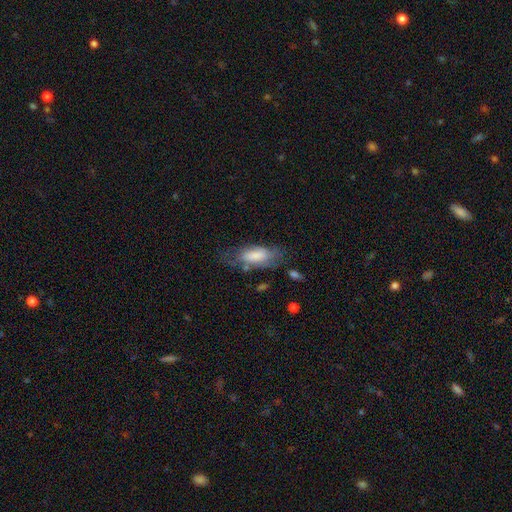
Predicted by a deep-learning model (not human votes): Overall: smooth (71%). How rounded: in between (82%). Merging: none (51%; minor disturbance 28%).